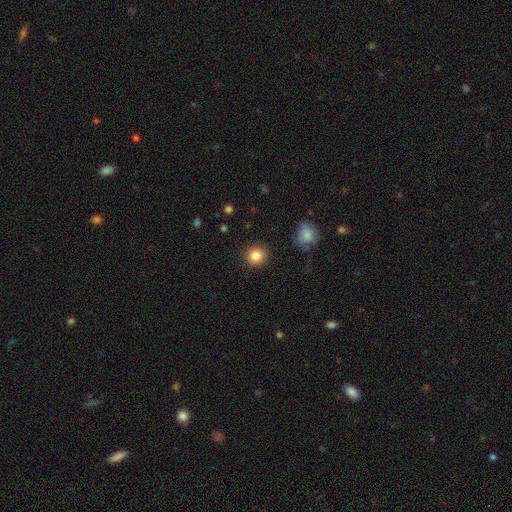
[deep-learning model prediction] Morphology: type=smooth (85%); roundness=round (92%); merging=none (91%).